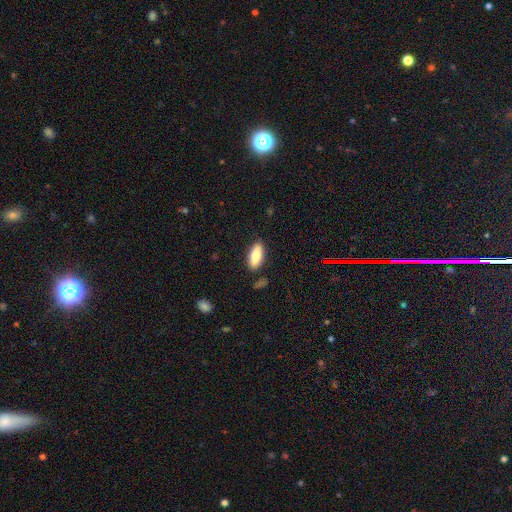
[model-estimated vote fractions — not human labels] smooth_or_featured: smooth (p=0.78) [alt: featured or disk p=0.15]
how_rounded: in between (p=0.83) [alt: cigar-shaped p=0.14]
merging: none (p=0.85) [alt: minor disturbance p=0.10]